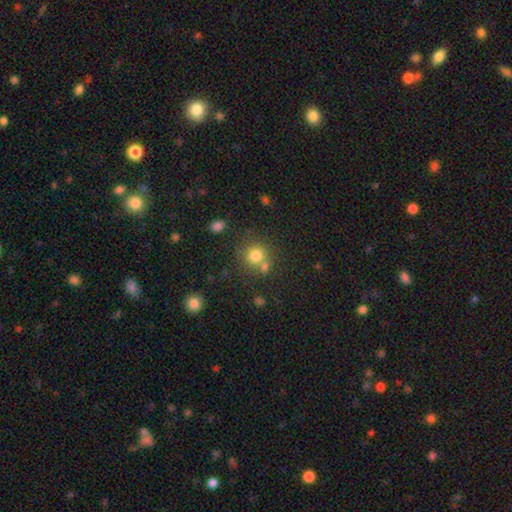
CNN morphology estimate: Smooth or featured? Predicted: smooth (p=0.77). How rounded? Predicted: round (p=0.89). Merging? Predicted: none (p=0.61).